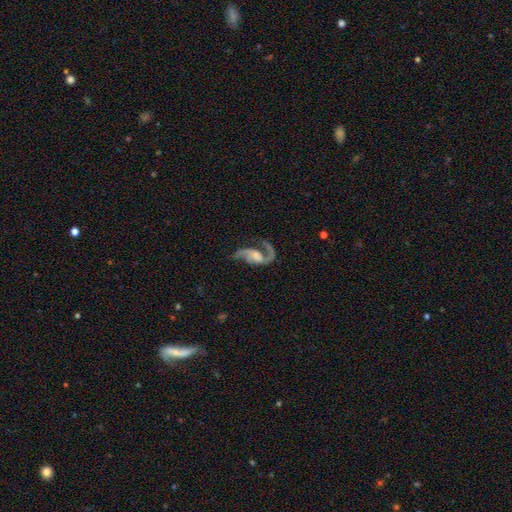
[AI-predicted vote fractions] featured or disk 87%, smooth 7%, star or artifact 6%. Down the decision tree: edge-on disk — no (97%); bar — no (50%); spiral arms — yes (96%); spiral arm count — 2 (86%); spiral winding — loose (61%); bulge size — moderate (34%); merging — none (52%).